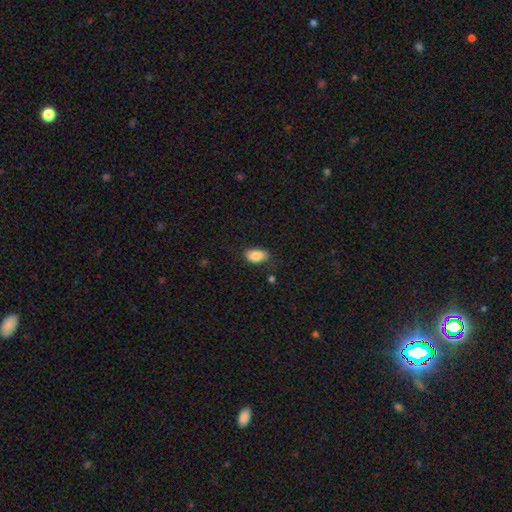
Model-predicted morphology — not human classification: This appears to be a smooth galaxy with no disk features (86%) that is in between round and cigar-shaped (92%). Merging: none (76%).